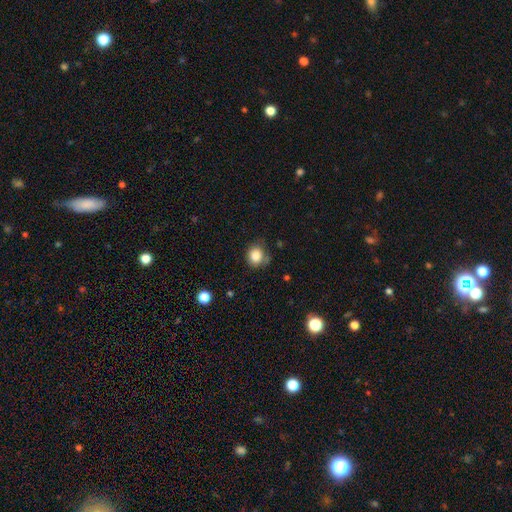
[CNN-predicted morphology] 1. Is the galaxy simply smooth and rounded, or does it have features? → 84% smooth, 10% star or artifact, 6% featured or disk.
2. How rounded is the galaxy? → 76% round, 23% in between, 1% cigar-shaped.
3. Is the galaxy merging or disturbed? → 67% none, 23% minor disturbance, 6% major disturbance, 4% merger.